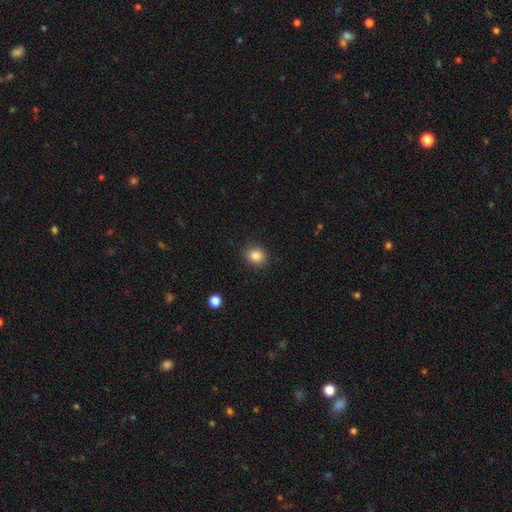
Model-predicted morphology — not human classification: smooth-or-featured: smooth: 85% | star or artifact: 10% | featured or disk: 5%
  how-rounded: round: 74% | in between: 25% | cigar-shaped: 1%
  merging: none: 89% | minor disturbance: 8% | major disturbance: 2% | merger: 1%